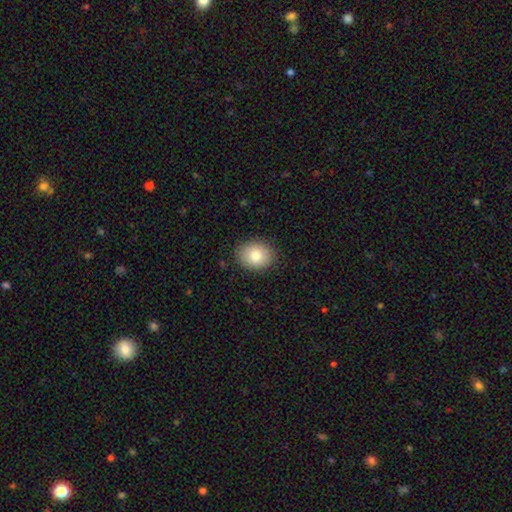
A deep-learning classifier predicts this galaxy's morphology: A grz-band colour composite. It shows a smooth galaxy with no disk features (82%) that is round (52%). Merging: none (88%).